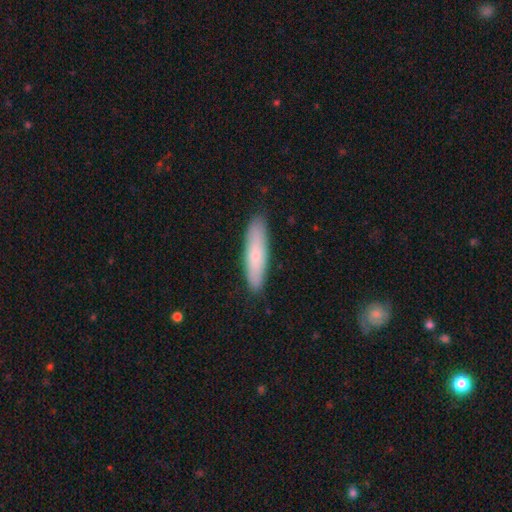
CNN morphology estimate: type=smooth (66%); roundness=cigar-shaped (73%); merging=none (88%).